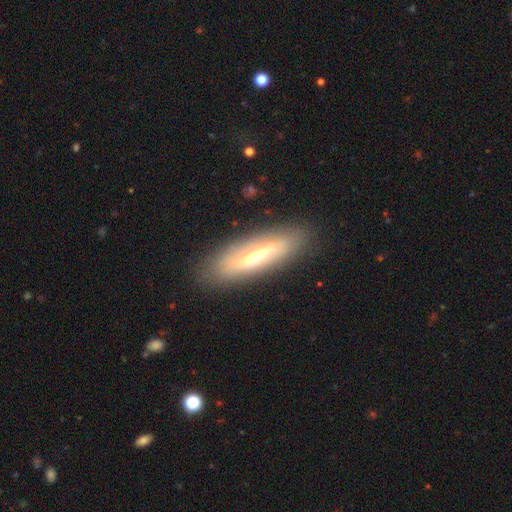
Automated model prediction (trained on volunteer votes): Q: Smooth or featured?
A: featured or disk (53%); runner-up: smooth (39%)
Q: Edge-on disk?
A: yes (61%); runner-up: no (39%)
Q: Merging?
A: none (84%); runner-up: minor disturbance (11%)